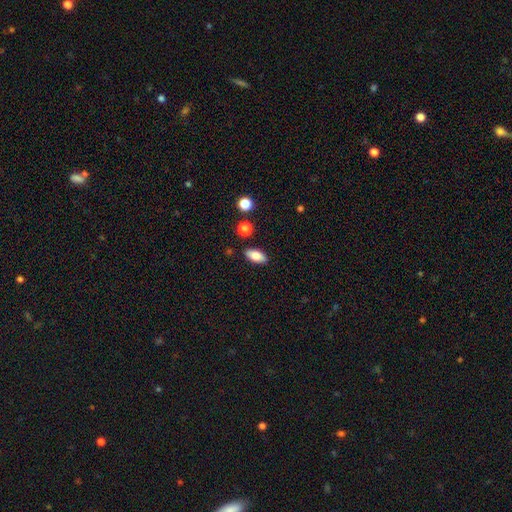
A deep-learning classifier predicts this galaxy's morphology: This appears to be a smooth galaxy with no disk features (79%) that is in between round and cigar-shaped (87%). Merging: none (86%).